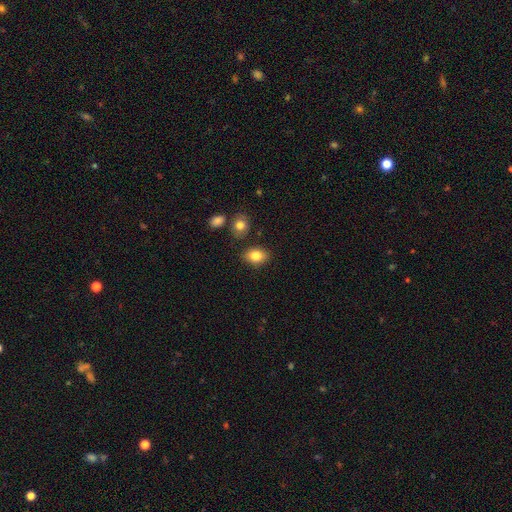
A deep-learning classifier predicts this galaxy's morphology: Smooth or featured? Predicted: smooth (p=0.82). How rounded? Predicted: in between (p=0.74). Merging? Predicted: none (p=0.82).